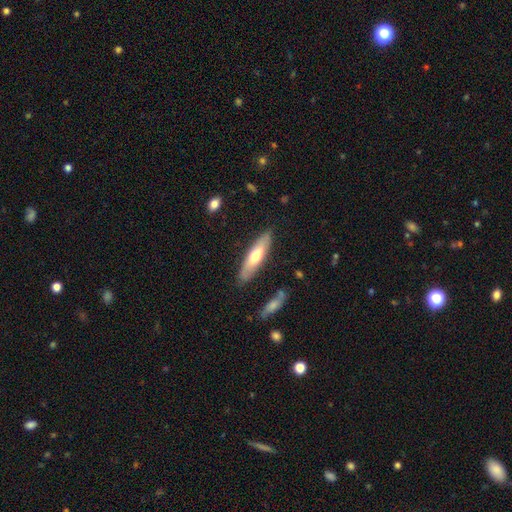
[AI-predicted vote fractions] smooth-or-featured: smooth: 58% | featured or disk: 37% | star or artifact: 5%
  how-rounded: cigar-shaped: 66% | in between: 33% | round: 2%
  merging: none: 84% | minor disturbance: 11% | major disturbance: 2% | merger: 2%